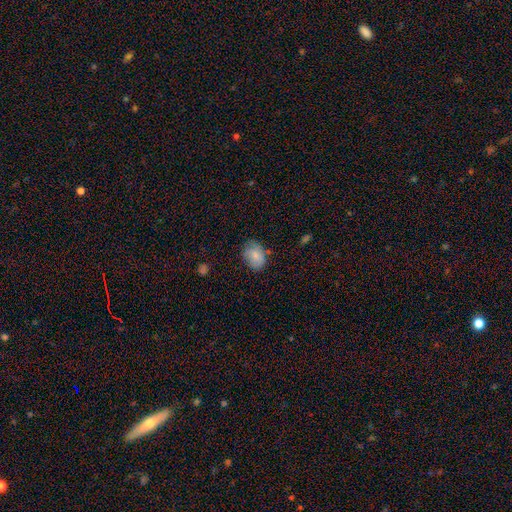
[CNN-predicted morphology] Smooth or featured: smooth — 81% (featured or disk — 11%)
How rounded: in between — 73% (round — 26%)
Merging: none — 67% (minor disturbance — 24%)